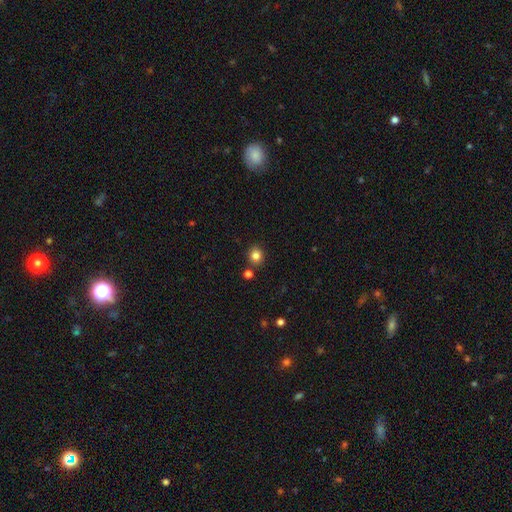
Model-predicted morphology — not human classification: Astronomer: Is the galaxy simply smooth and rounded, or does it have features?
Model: smooth — 83%.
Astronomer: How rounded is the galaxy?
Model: round — 76%.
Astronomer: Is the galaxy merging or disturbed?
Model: none — 82%.